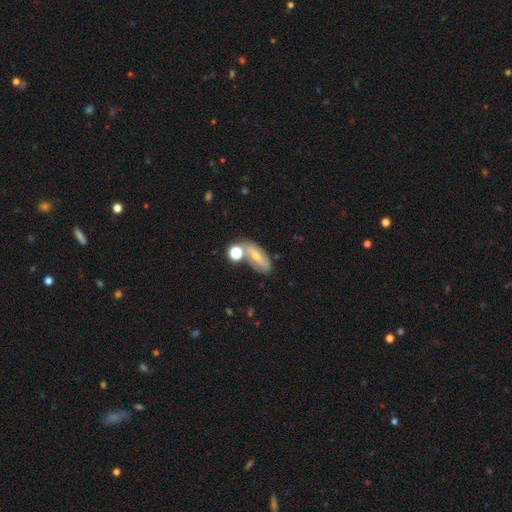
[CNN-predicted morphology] Smooth or featured? Predicted: featured or disk (p=0.46). Merging? Predicted: none (p=0.50).